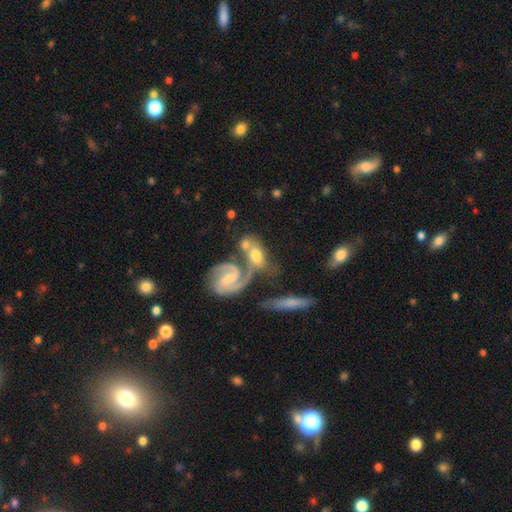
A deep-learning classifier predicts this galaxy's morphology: The model was most divided on "bulge size": small: 40%, moderate: 38%, none: 11%, large: 9%, dominant: 2%. Remaining: edge-on disk — no (90%); spiral arms — yes (86%); smooth or featured — featured or disk (61%); merging — merger (48%); bar — no (47%).